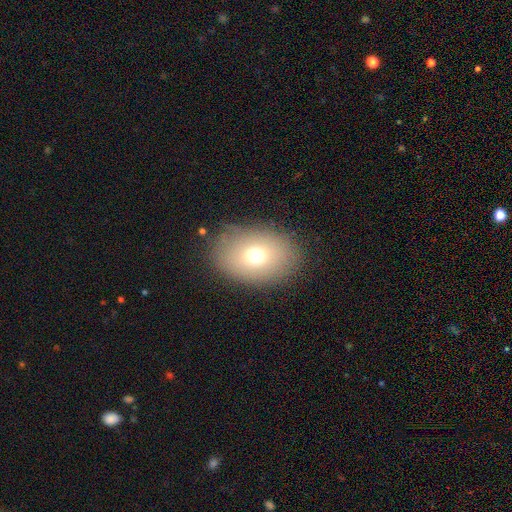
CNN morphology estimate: smooth_or_featured: smooth (p=0.69) [alt: featured or disk p=0.18]
how_rounded: in between (p=0.74) [alt: round p=0.25]
merging: none (p=0.81) [alt: minor disturbance p=0.12]